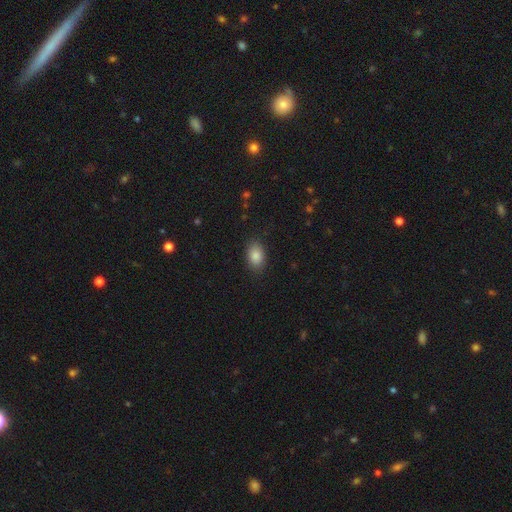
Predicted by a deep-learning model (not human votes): Smooth or featured? Predicted: smooth (p=0.87). How rounded? Predicted: in between (p=0.84). Merging? Predicted: none (p=0.86).